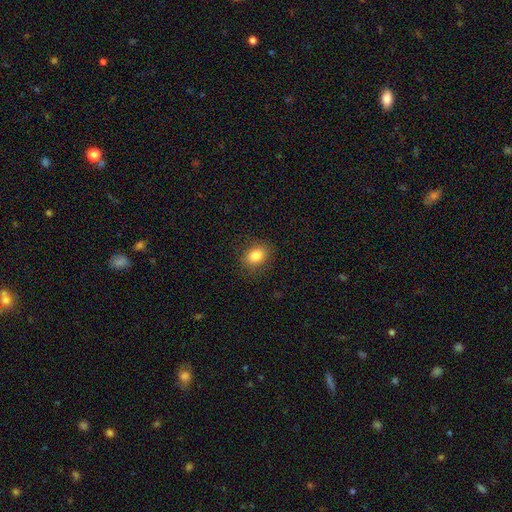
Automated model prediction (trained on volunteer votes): This is clearly a smooth galaxy (83%). How rounded: likely in between (63%). Merging: clearly none (86%).